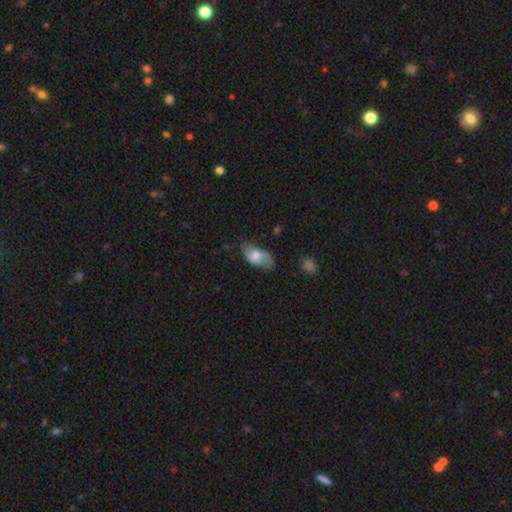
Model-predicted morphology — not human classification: type=smooth (68%); roundness=in between (93%); merging=none (52%).